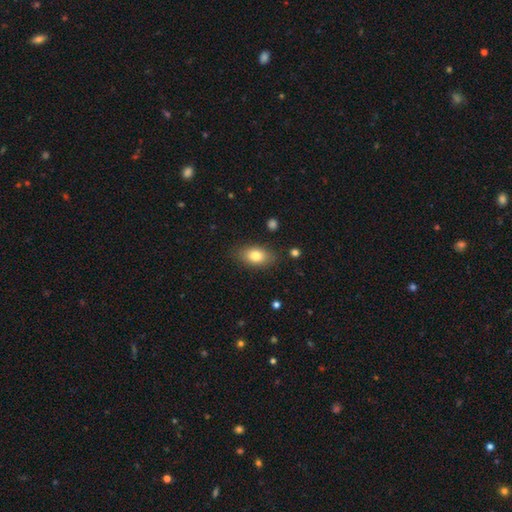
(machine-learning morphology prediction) Q: Smooth or featured?
A: smooth (80%); runner-up: featured or disk (12%)
Q: How rounded?
A: in between (87%); runner-up: round (9%)
Q: Merging?
A: none (84%); runner-up: minor disturbance (12%)